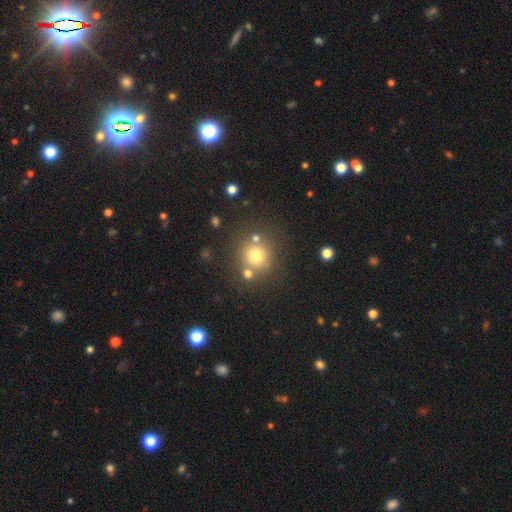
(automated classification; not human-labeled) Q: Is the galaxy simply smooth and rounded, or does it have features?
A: smooth — 73%.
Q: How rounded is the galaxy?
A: round — 91%.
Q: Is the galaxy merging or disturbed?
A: none — 72%.